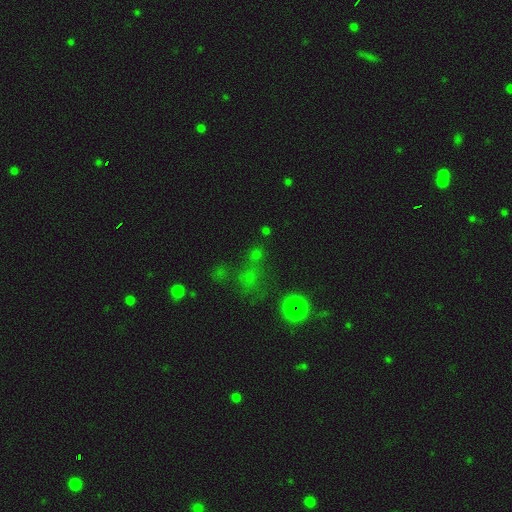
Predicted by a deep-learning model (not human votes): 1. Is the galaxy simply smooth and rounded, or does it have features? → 54% star or artifact, 33% smooth, 13% featured or disk.